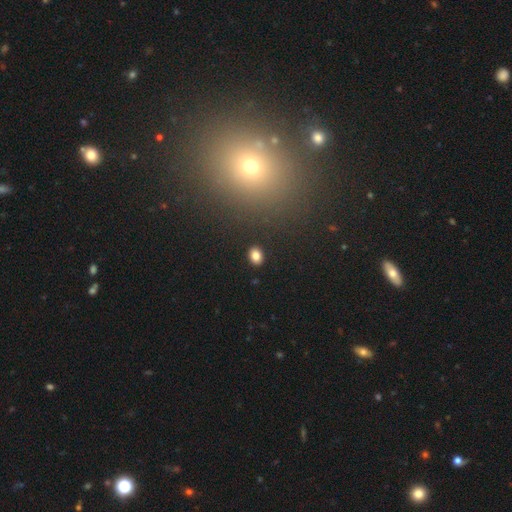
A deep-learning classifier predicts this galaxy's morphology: smooth-or-featured: smooth: 83% | star or artifact: 11% | featured or disk: 6%
  how-rounded: in between: 68% | round: 31% | cigar-shaped: 1%
  merging: none: 90% | minor disturbance: 7% | major disturbance: 2% | merger: 2%